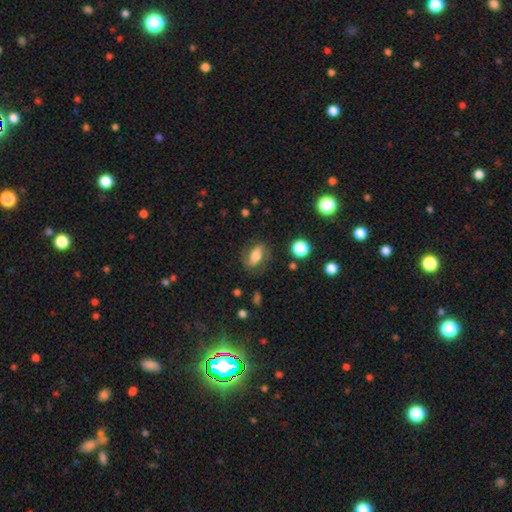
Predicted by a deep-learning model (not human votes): Smooth or featured? Predicted: featured or disk (p=0.47). Merging? Predicted: none (p=0.72).